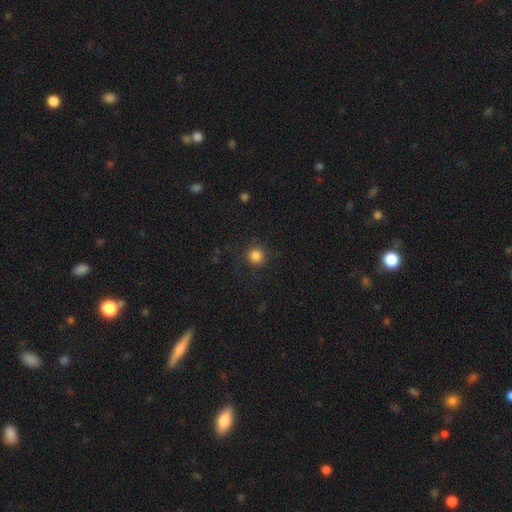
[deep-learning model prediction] smooth-or-featured: smooth: 84% | star or artifact: 11% | featured or disk: 4%
  how-rounded: round: 94% | in between: 5% | cigar-shaped: 1%
  merging: none: 87% | minor disturbance: 8% | major disturbance: 4% | merger: 1%